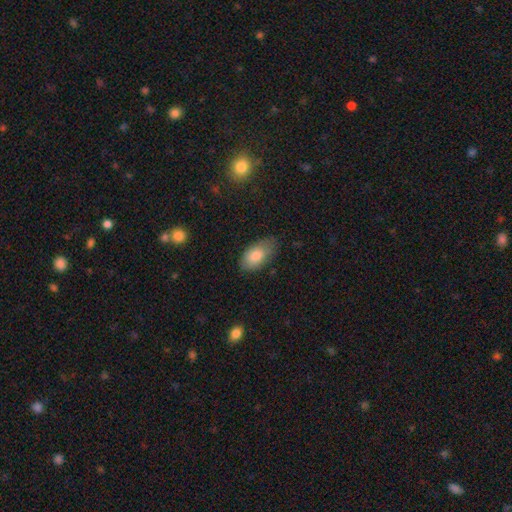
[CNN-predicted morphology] The model was most divided on "merging": none: 70%, minor disturbance: 24%, major disturbance: 5%, merger: 1%. More confident: how rounded — in between (93%); smooth or featured — smooth (81%).